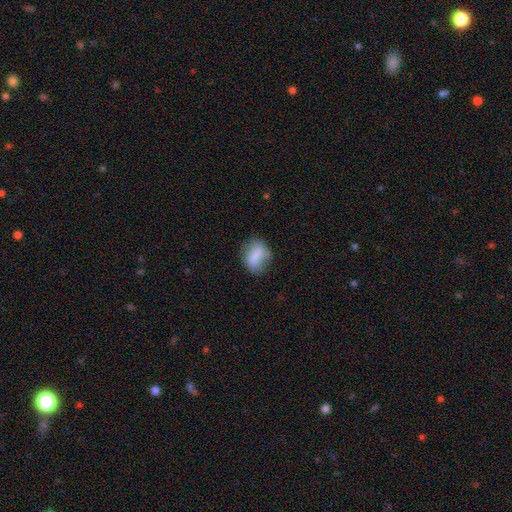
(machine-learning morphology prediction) Q: Smooth or featured?
A: smooth (73%); runner-up: featured or disk (19%)
Q: How rounded?
A: in between (69%); runner-up: round (27%)
Q: Merging?
A: none (63%); runner-up: minor disturbance (25%)